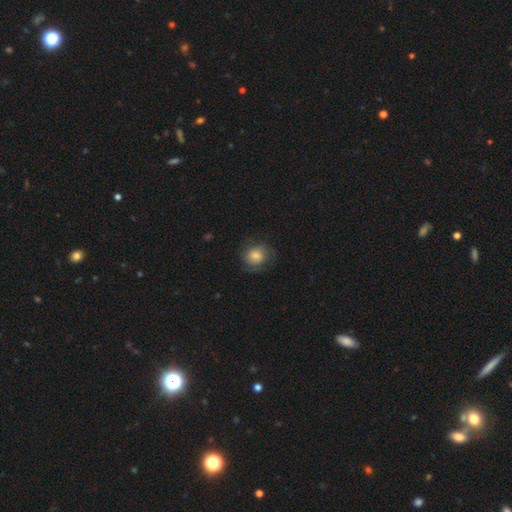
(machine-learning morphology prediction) A smooth galaxy with no disk features (69%) that is round (76%).

Vote fractions:
- Smooth or featured? smooth: 69% / featured or disk: 23% / star or artifact: 8%
- How rounded? round: 76% / in between: 23% / cigar-shaped: 1%
- Merging? none: 70% / minor disturbance: 19% / major disturbance: 10% / merger: 1%